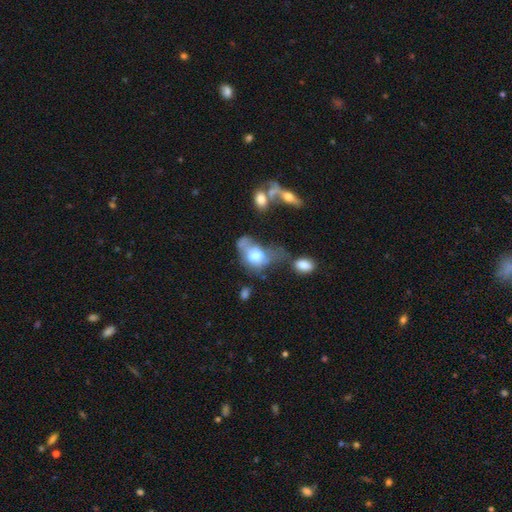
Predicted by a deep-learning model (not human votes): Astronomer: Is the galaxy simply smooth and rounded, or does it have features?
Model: smooth — 53% (runner-up: featured or disk, 36%).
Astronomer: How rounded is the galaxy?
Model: in between — 78%.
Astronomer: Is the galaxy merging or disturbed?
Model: major disturbance — 38% (runner-up: merger, 33%).